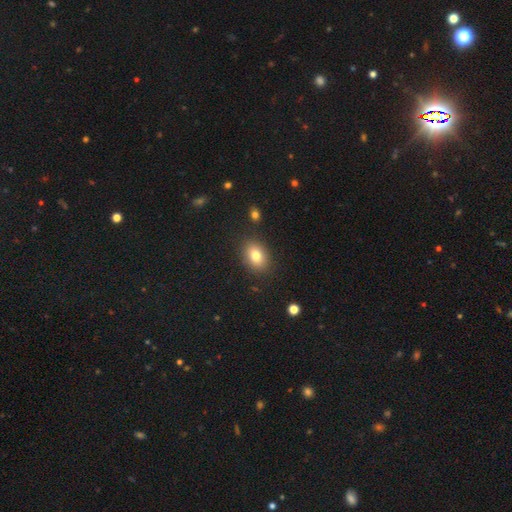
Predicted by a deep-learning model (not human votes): smooth 79%, featured or disk 11%, star or artifact 10%. Down the decision tree: how rounded — in between (72%); merging — none (86%).